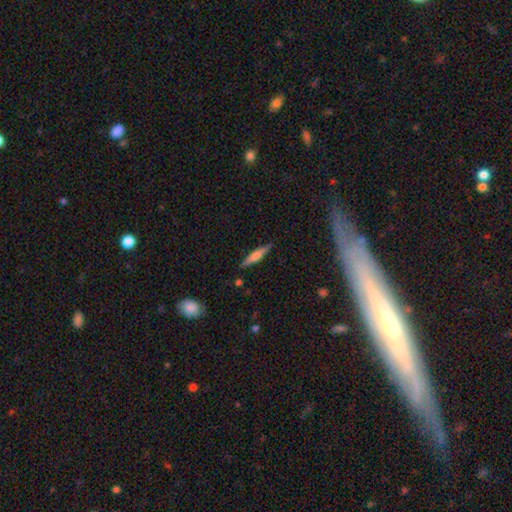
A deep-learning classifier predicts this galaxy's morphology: smooth_or_featured: smooth (p=0.48) [alt: featured or disk p=0.46]
merging: none (p=0.89) [alt: minor disturbance p=0.08]